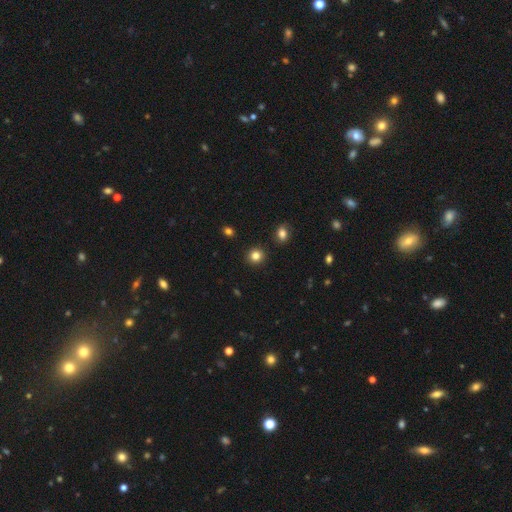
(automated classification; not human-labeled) Smooth or featured? Predicted: smooth (p=0.83). How rounded? Predicted: round (p=0.90). Merging? Predicted: none (p=0.91).